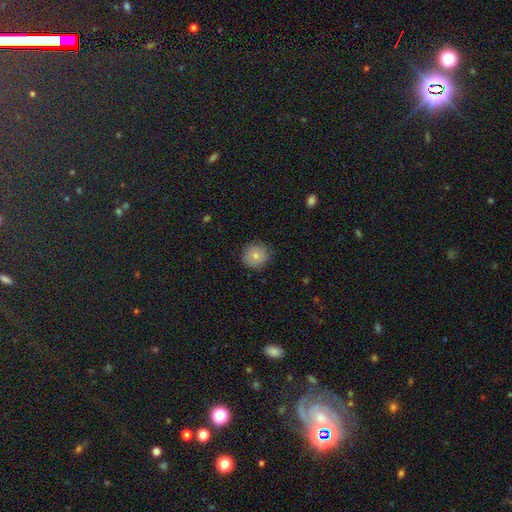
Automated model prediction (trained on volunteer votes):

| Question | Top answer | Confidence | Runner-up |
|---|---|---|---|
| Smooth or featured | smooth | 77% | featured or disk (13%) |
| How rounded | round | 87% | in between (12%) |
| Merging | none | 84% | minor disturbance (12%) |